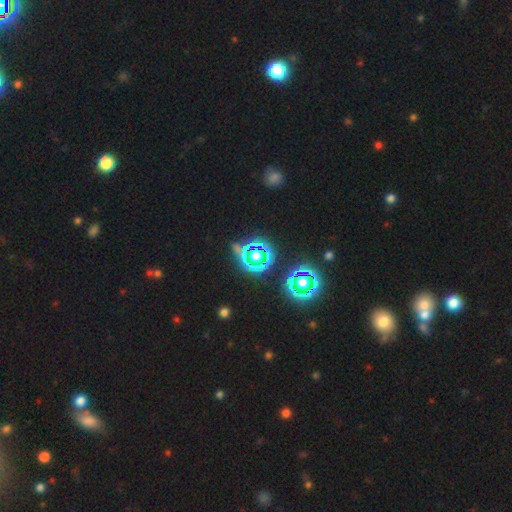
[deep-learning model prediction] smooth_or_featured: star or artifact (p=0.65) [alt: smooth p=0.21]